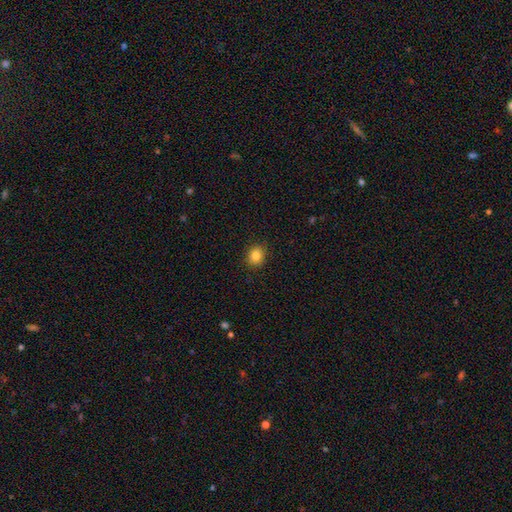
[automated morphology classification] Overall: smooth (84%). How rounded: round (70%). Merging: none (89%).